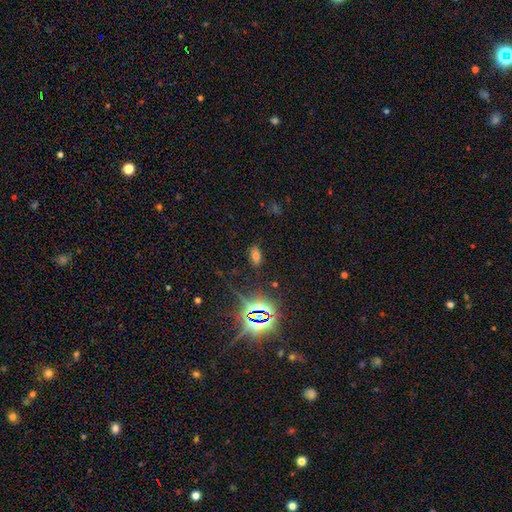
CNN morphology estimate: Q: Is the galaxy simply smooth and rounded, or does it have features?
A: smooth — 62%.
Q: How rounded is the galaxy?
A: in between — 91%.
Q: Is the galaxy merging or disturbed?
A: none — 84%.